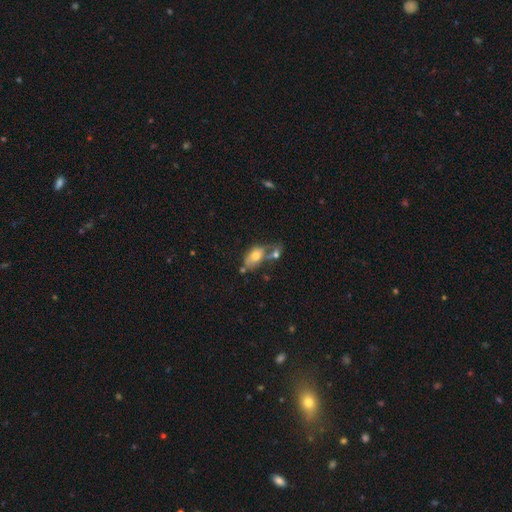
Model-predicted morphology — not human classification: The model was most divided on "merging": merger: 42%, none: 33%, minor disturbance: 16%, major disturbance: 9%. More confident: how rounded — in between (87%); smooth or featured — smooth (69%).